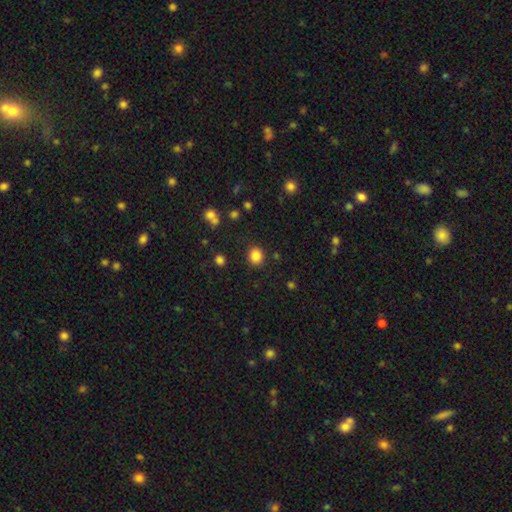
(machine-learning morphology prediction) A smooth galaxy with no disk features (85%) that is round (73%). Merging: none (87%).